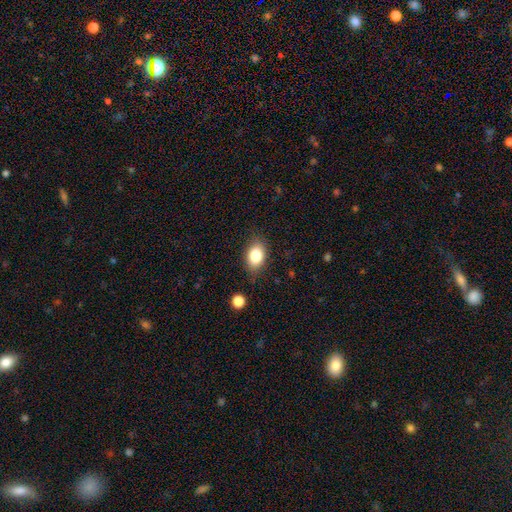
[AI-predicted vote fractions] Smooth or featured: smooth — 83% (featured or disk — 9%)
How rounded: in between — 84% (round — 14%)
Merging: none — 81% (minor disturbance — 14%)